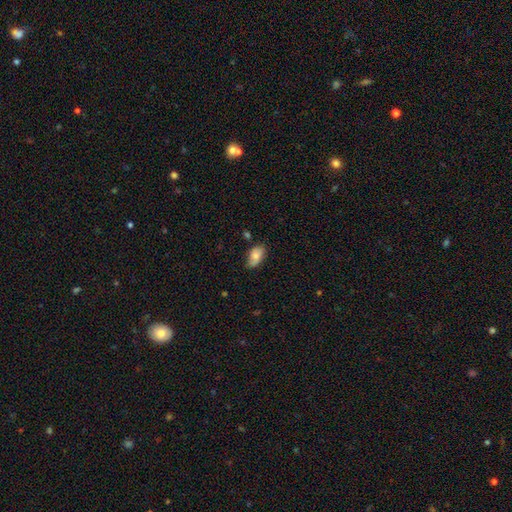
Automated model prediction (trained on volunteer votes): Morphology: type=smooth (79%); roundness=in between (93%); merging=none (66%).